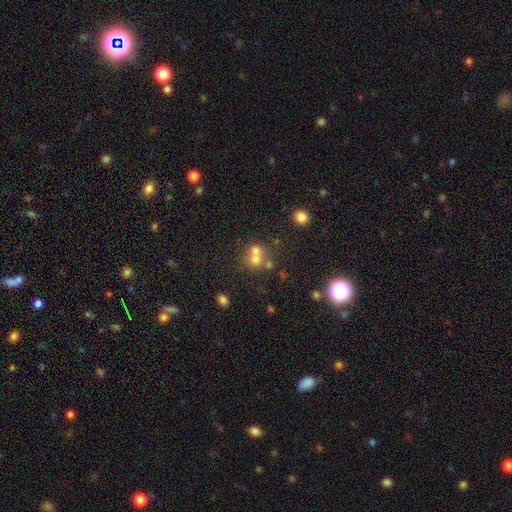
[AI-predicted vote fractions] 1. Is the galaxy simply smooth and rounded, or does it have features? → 64% smooth, 20% featured or disk, 16% star or artifact.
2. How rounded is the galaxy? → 79% round, 20% in between, 1% cigar-shaped.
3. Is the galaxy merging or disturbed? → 57% merger, 33% none, 6% minor disturbance, 3% major disturbance.